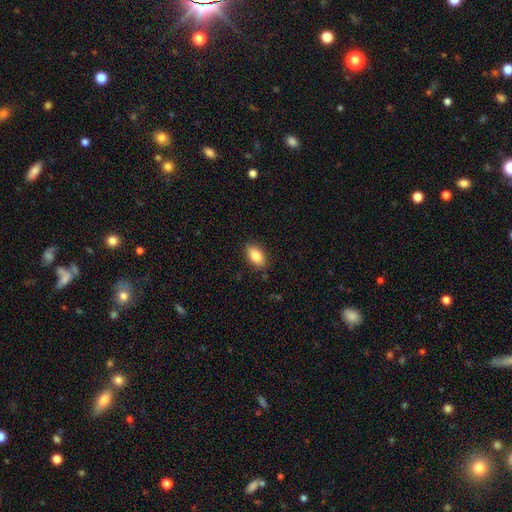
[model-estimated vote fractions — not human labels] Smooth or featured? Predicted: smooth (p=0.85). How rounded? Predicted: in between (p=0.91). Merging? Predicted: none (p=0.87).